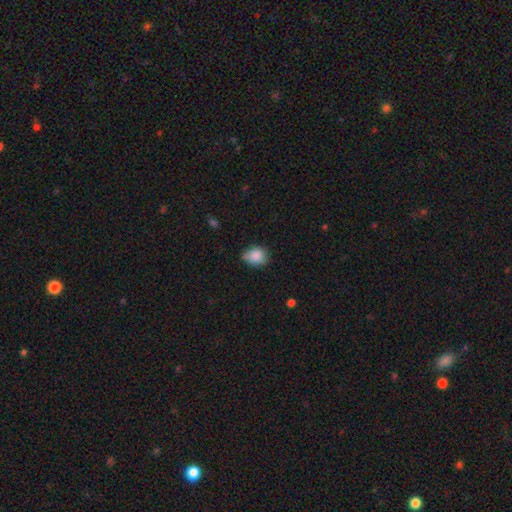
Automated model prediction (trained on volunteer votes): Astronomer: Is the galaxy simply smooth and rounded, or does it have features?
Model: smooth — 85%.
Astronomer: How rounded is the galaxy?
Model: in between — 50% (runner-up: round, 49%).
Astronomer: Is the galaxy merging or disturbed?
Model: none — 55% (runner-up: minor disturbance, 36%).